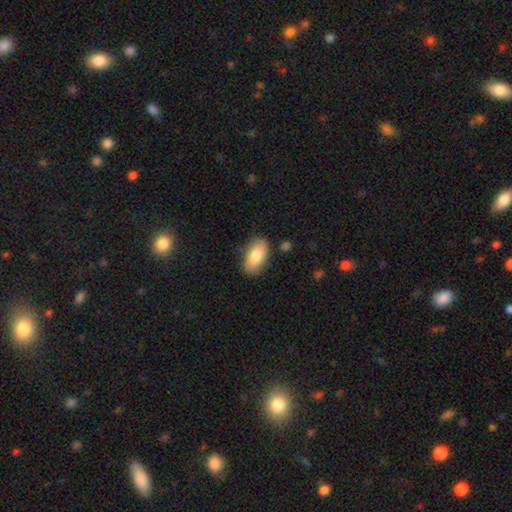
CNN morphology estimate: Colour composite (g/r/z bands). It shows a smooth galaxy with no disk features (82%) that is in between round and cigar-shaped (94%). Merging: none (81%).